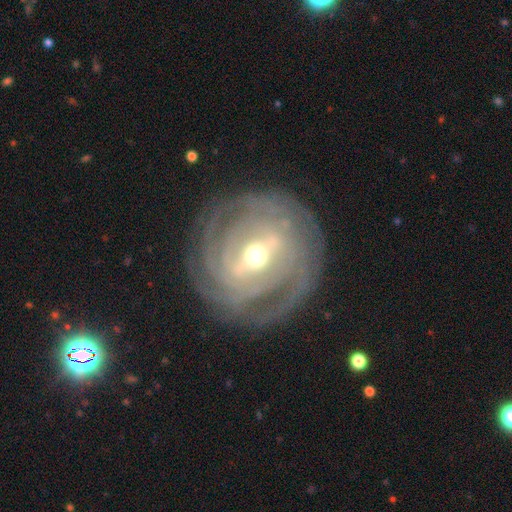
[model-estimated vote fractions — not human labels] Smooth or featured? featured or disk (88%)
Edge-on disk? no (96%)
Bar? strong (46%)
Spiral arms? yes (95%)
Spiral winding? tight (78%)
Spiral arm count? can't tell (30%)
Bulge size? moderate (59%)
Merging? none (82%)